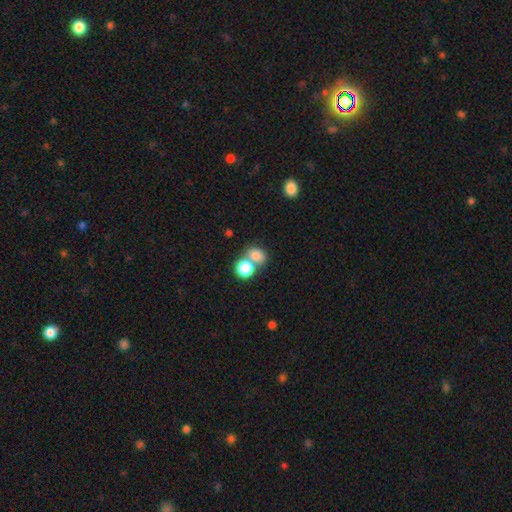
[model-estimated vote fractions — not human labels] The model was most divided on "merging": merger: 46%, none: 42%, minor disturbance: 8%, major disturbance: 4%. More confident: smooth or featured — smooth (79%); how rounded — round (59%).